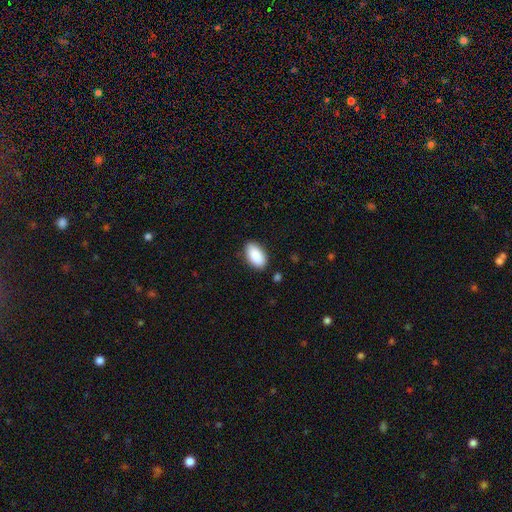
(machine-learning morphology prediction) Q: Smooth or featured?
A: smooth (89%); runner-up: star or artifact (6%)
Q: How rounded?
A: in between (94%); runner-up: round (3%)
Q: Merging?
A: none (86%); runner-up: minor disturbance (10%)